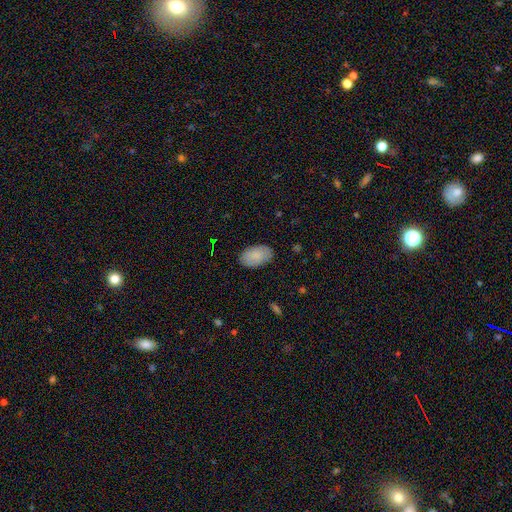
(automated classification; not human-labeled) Smooth or featured? Predicted: smooth (p=0.84). How rounded? Predicted: in between (p=0.94). Merging? Predicted: none (p=0.85).